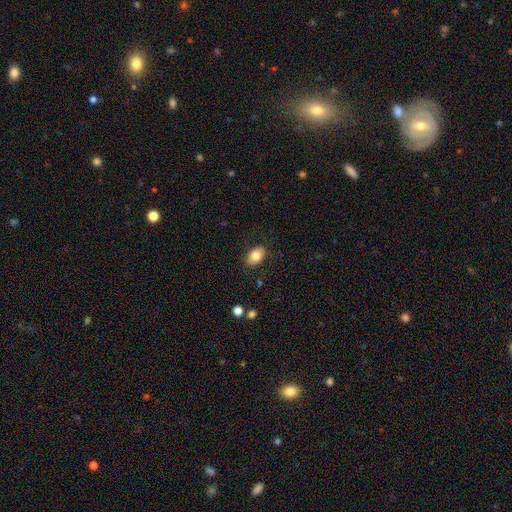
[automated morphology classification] The model was most divided on "smooth or featured": smooth: 82%, featured or disk: 10%, star or artifact: 8%. More confident: how rounded — in between (87%); merging — none (85%).